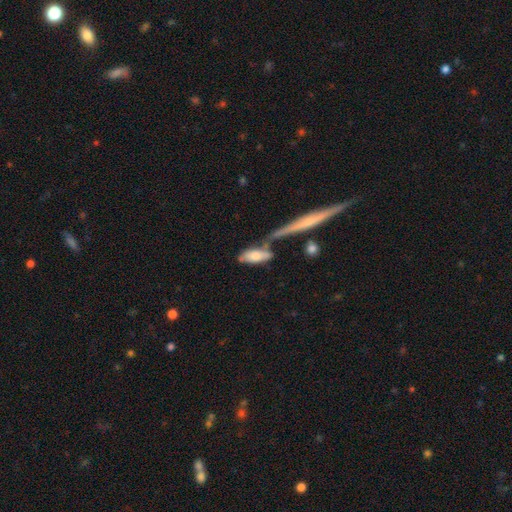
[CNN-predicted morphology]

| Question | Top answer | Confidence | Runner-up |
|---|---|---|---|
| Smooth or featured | smooth | 71% | featured or disk (23%) |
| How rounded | in between | 72% | cigar-shaped (25%) |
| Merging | none | 39% | merger (32%) |